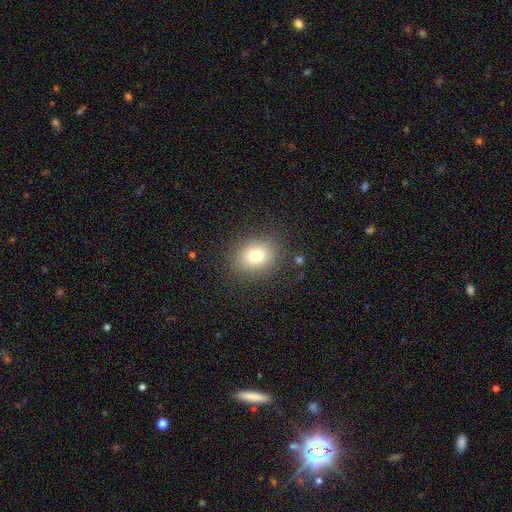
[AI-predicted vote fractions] Morphology: type=smooth (77%); roundness=round (63%); merging=none (84%).